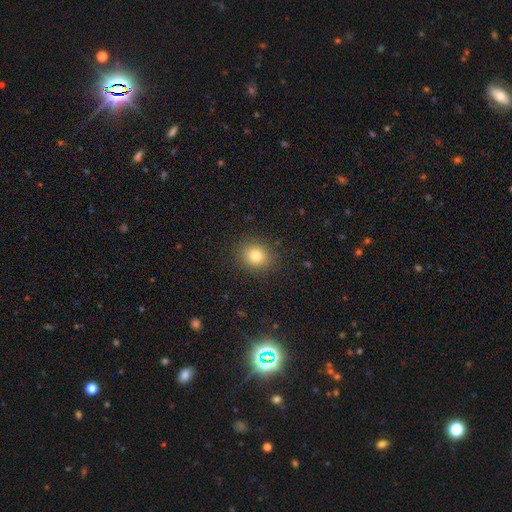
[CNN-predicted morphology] smooth_or_featured: smooth (p=0.79) [alt: star or artifact p=0.12]
how_rounded: round (p=0.71) [alt: in between p=0.28]
merging: none (p=0.87) [alt: minor disturbance p=0.08]